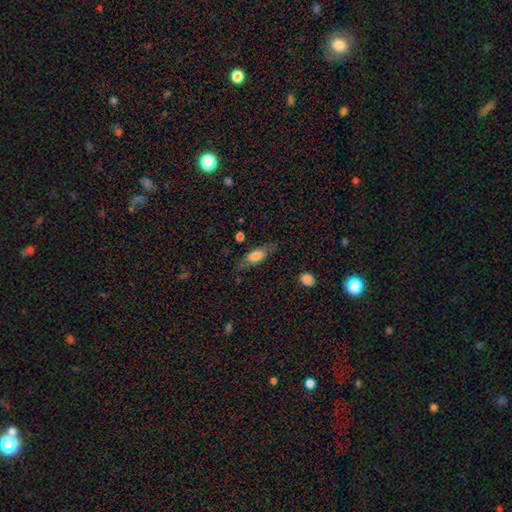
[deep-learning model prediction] This appears to be a smooth galaxy with no disk features (70%) that is in between round and cigar-shaped (72%). Merging: none (69%).